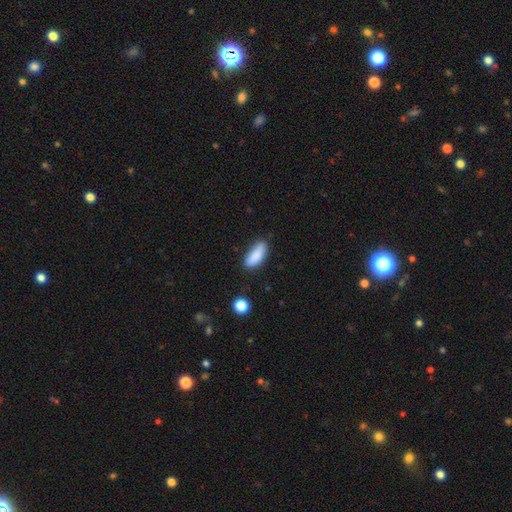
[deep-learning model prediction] Morphology: type=smooth (87%); roundness=in between (76%); merging=none (74%).